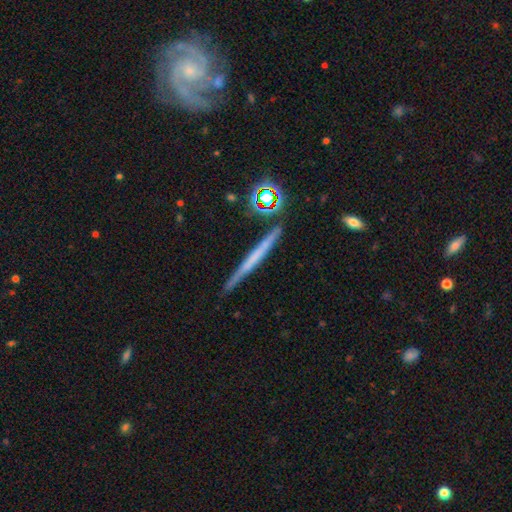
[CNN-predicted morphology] smooth_or_featured: featured or disk (p=0.55) [alt: smooth p=0.35]
disk_edge_on: yes (p=0.96) [alt: no p=0.04]
edge_on_bulge: none (p=0.84) [alt: rounded p=0.10]
merging: none (p=0.87) [alt: minor disturbance p=0.09]